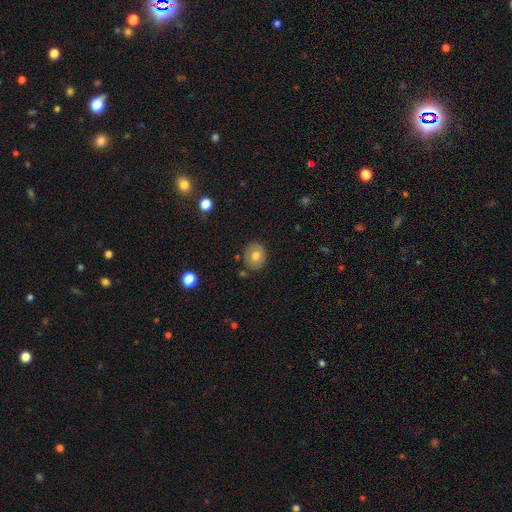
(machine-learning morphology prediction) Smooth or featured? Predicted: smooth (p=0.70). How rounded? Predicted: round (p=0.69). Merging? Predicted: none (p=0.82).